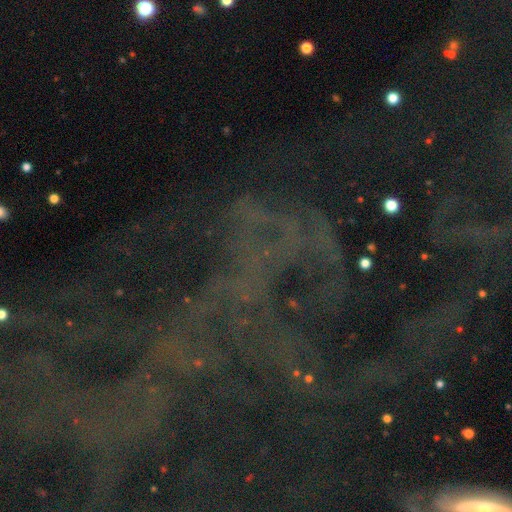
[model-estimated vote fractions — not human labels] This is likely a star or artifact rather than a galaxy (73%).